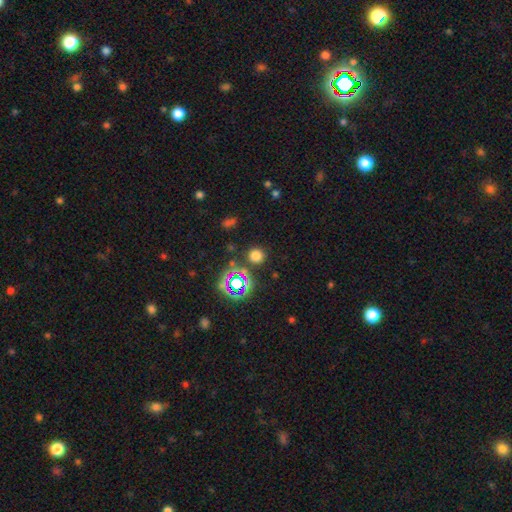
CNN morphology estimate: smooth_or_featured: smooth (p=0.70) [alt: star or artifact p=0.24]
how_rounded: round (p=0.91) [alt: in between p=0.07]
merging: none (p=0.85) [alt: minor disturbance p=0.07]